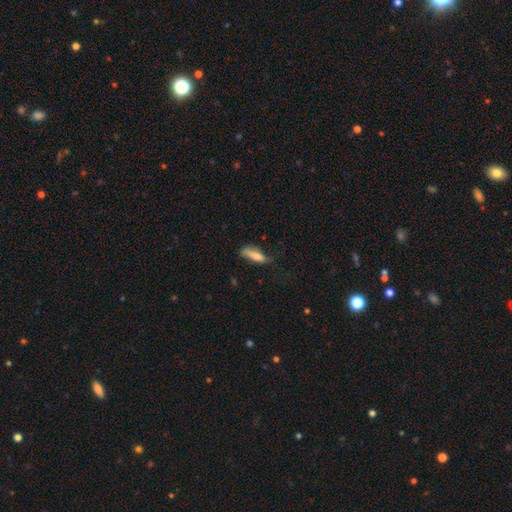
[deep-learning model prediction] Smooth or featured?
  - smooth: 77% *
  - featured or disk: 16%
  - star or artifact: 7%
How rounded?
  - cigar-shaped: 54% *
  - in between: 44%
  - round: 2%
Merging?
  - none: 52% *
  - minor disturbance: 32%
  - major disturbance: 13%
  - merger: 3%